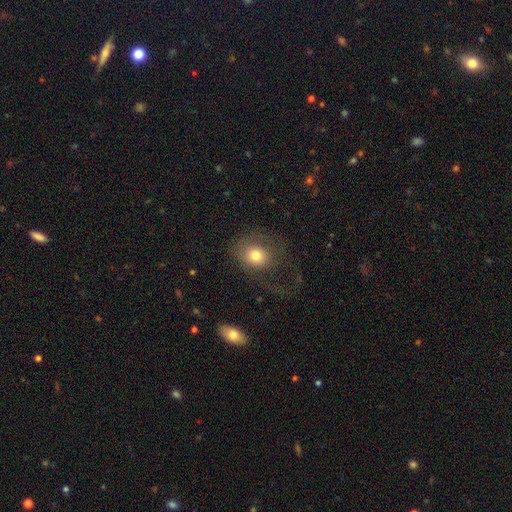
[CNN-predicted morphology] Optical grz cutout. It shows a smooth galaxy with no disk features (73%) that is round (60%). Merging: major disturbance (42%).